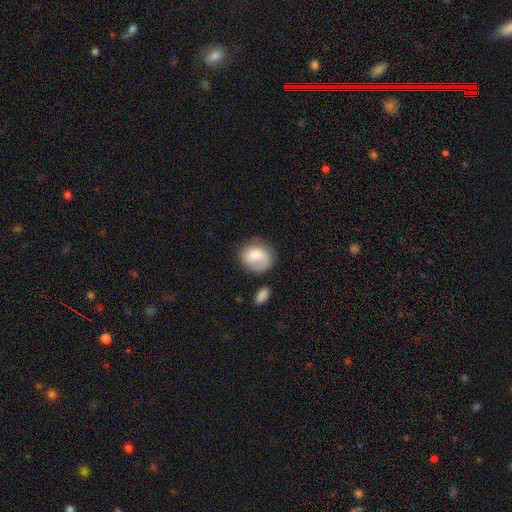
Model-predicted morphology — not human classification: smooth_or_featured: smooth (p=0.76) [alt: featured or disk p=0.18]
how_rounded: round (p=0.61) [alt: in between p=0.38]
merging: none (p=0.58) [alt: minor disturbance p=0.24]